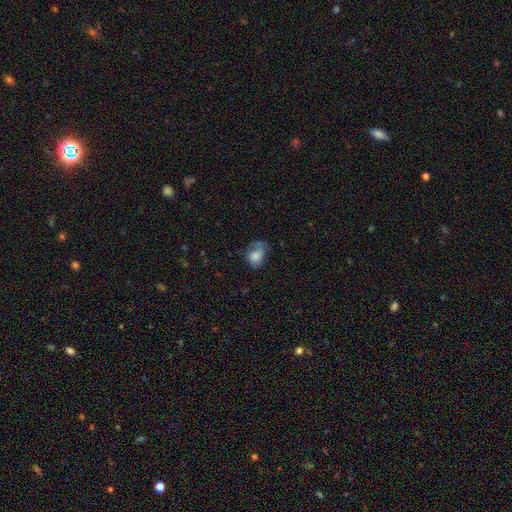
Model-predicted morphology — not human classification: smooth_or_featured: smooth (p=0.69) [alt: featured or disk p=0.22]
how_rounded: in between (p=0.69) [alt: round p=0.30]
merging: none (p=0.35) [alt: minor disturbance p=0.32]